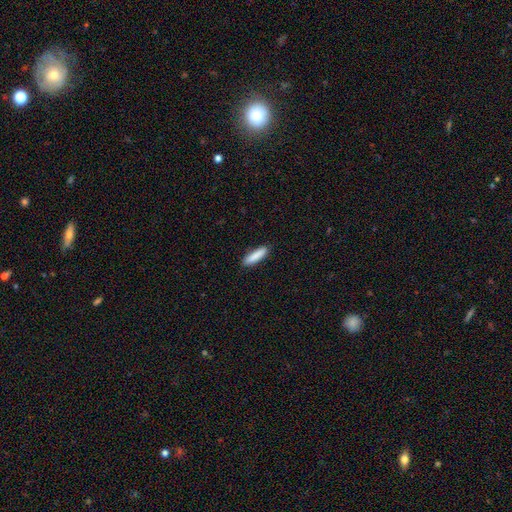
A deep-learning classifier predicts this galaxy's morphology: type=smooth (88%); roundness=cigar-shaped (74%); merging=none (89%).